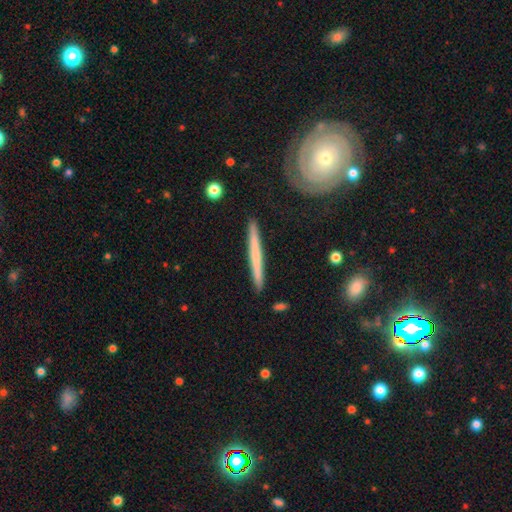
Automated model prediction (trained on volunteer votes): Q: Smooth or featured?
A: featured or disk (52%); runner-up: smooth (43%)
Q: Edge-on disk?
A: yes (94%); runner-up: no (6%)
Q: Merging?
A: none (91%); runner-up: minor disturbance (7%)